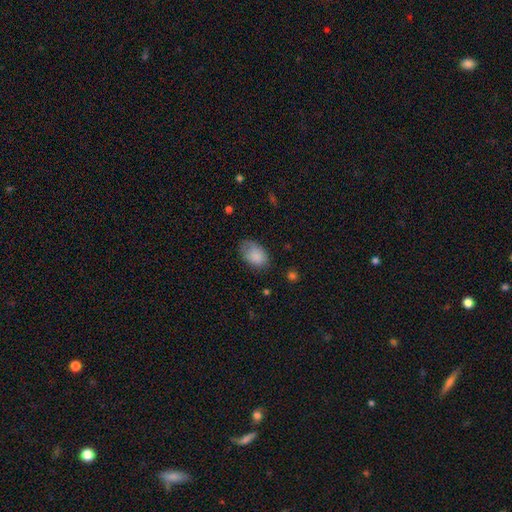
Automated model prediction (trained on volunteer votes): This is clearly a smooth galaxy (85%). How rounded: clearly in between (87%). Merging: possibly none (57%).